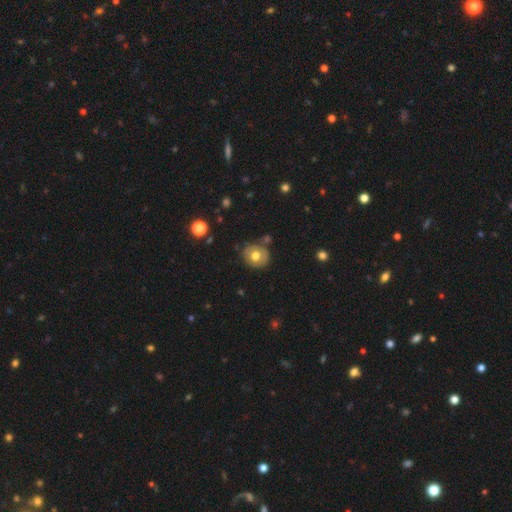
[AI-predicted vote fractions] smooth 65%, featured or disk 26%, star or artifact 9%. Down the decision tree: how rounded — round (78%); merging — none (76%).